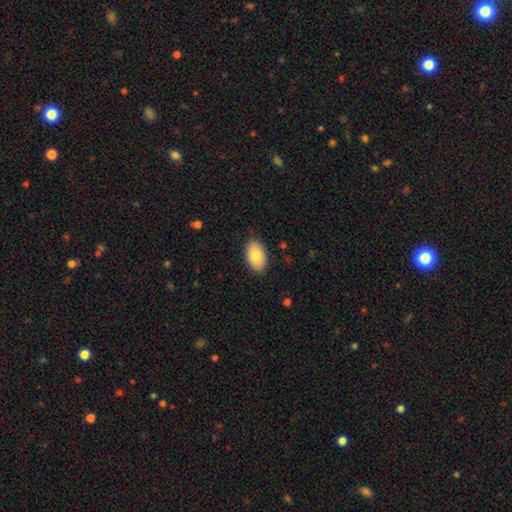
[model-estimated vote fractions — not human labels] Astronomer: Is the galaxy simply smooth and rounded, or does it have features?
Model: smooth — 82%.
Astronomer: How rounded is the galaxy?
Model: in between — 93%.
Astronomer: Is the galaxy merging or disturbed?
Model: none — 87%.